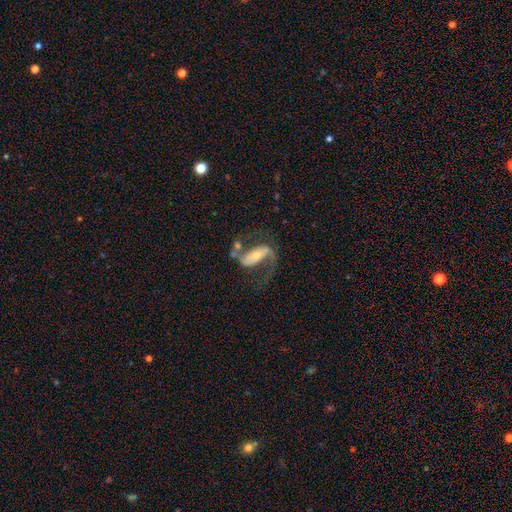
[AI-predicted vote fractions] smooth-or-featured: featured or disk: 81% | smooth: 13% | star or artifact: 6%
  disk-edge-on: no: 95% | yes: 5%
    bar: strong: 43% | weak: 31% | no: 26%
    has-spiral-arms: yes: 92% | no: 8%
      spiral-winding: loose: 59% | medium: 33% | tight: 8%
      spiral-arm-count: 2: 84% | 1: 10% | can't tell: 3% | 3: 1% | 4: 1% | more than 4: 1%
    bulge-size: small: 53% | moderate: 32% | large: 7% | none: 6% | dominant: 2%
  merging: none: 49% | major disturbance: 25% | minor disturbance: 16% | merger: 10%